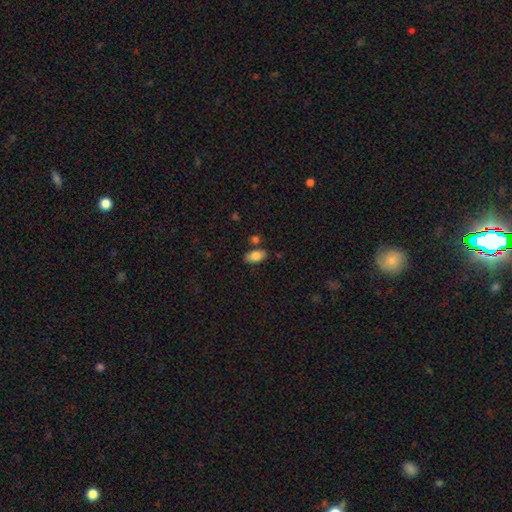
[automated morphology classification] Smooth or featured: smooth — 84% (featured or disk — 8%)
How rounded: in between — 92% (round — 4%)
Merging: none — 76% (minor disturbance — 13%)